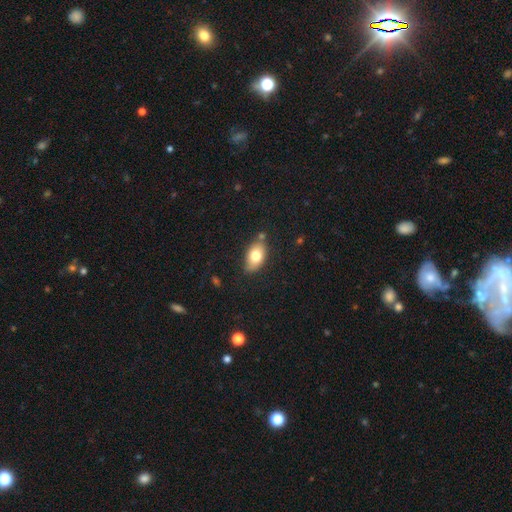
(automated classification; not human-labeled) Overall: smooth (76%). How rounded: in between (89%). Merging: none (73%).